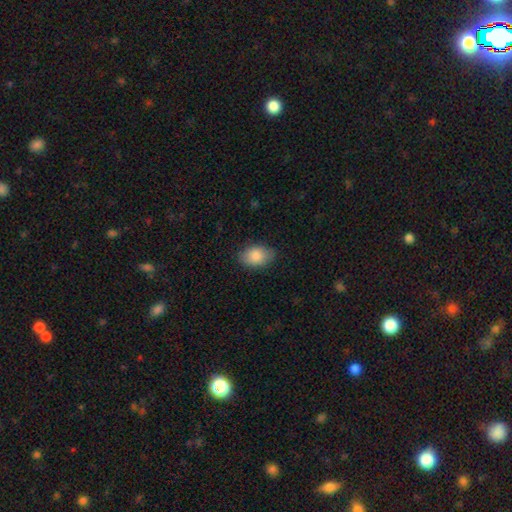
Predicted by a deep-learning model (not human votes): Smooth or featured: smooth — 87% (star or artifact — 7%)
How rounded: in between — 84% (round — 14%)
Merging: none — 82% (minor disturbance — 14%)